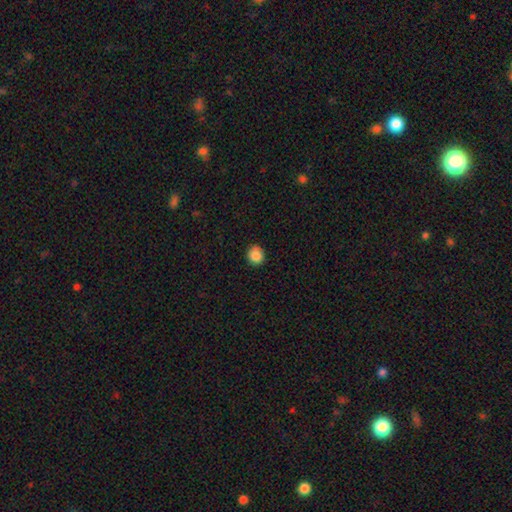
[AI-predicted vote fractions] This appears to be a smooth galaxy with no disk features (86%) that is round (87%). Merging: none (85%).